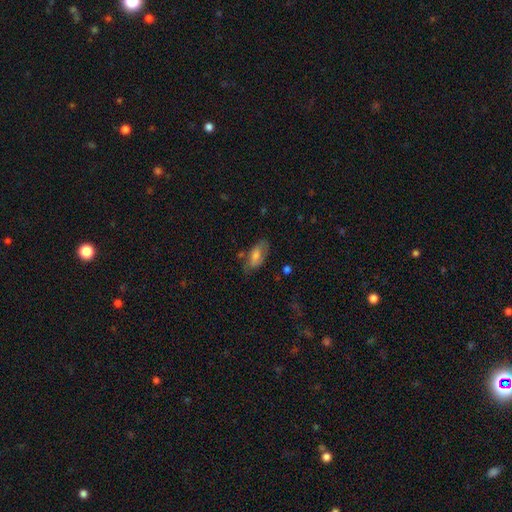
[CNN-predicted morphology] Smooth or featured? smooth (57%)
How rounded? in between (86%)
Merging? none (63%)